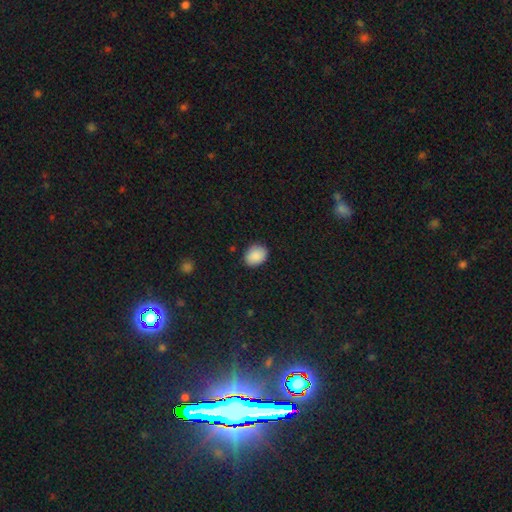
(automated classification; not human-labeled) smooth-or-featured: smooth: 89% | star or artifact: 8% | featured or disk: 3%
  how-rounded: in between: 60% | round: 39% | cigar-shaped: 1%
  merging: none: 85% | minor disturbance: 12% | major disturbance: 2% | merger: 1%